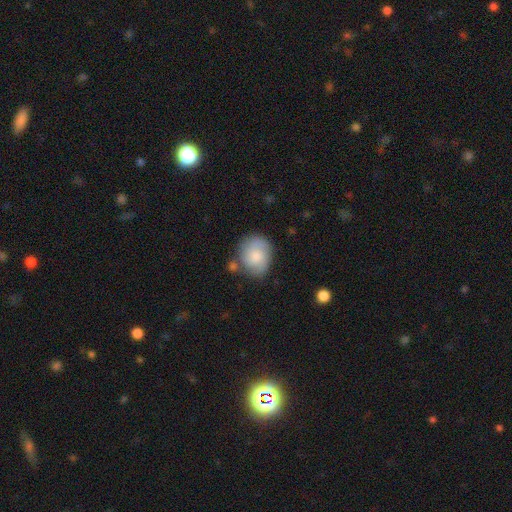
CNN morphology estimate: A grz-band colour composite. It shows a smooth galaxy with no disk features (61%) that is round (62%). Merging: none (63%).